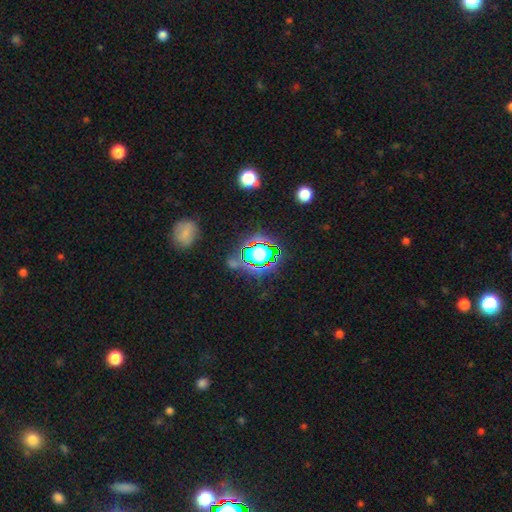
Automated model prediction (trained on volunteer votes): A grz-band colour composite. It shows a star or artifact, not a galaxy (78%).